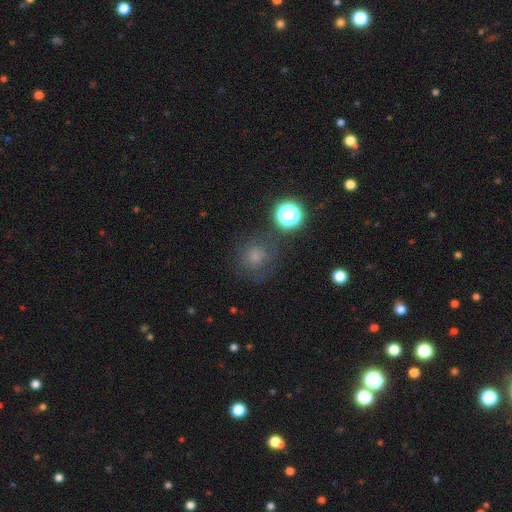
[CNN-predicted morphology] This appears to be a smooth galaxy with no disk features (61%) that is round (90%). Merging: none (74%).